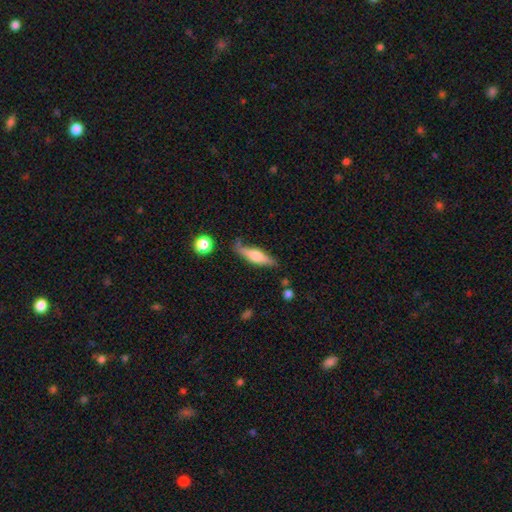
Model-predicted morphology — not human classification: type=featured or disk (47%); merging=none (69%).